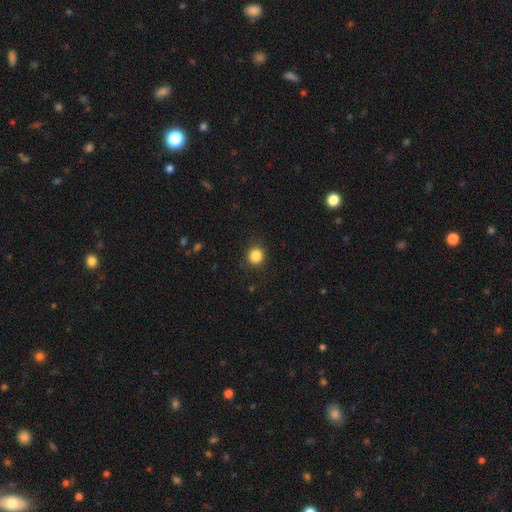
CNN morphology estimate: Smooth or featured? Predicted: smooth (p=0.86). How rounded? Predicted: round (p=0.91). Merging? Predicted: none (p=0.90).